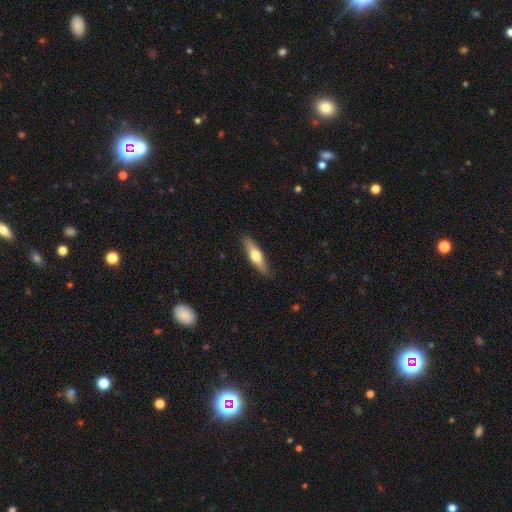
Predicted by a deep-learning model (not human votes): This is possibly a smooth galaxy (52%). How rounded: likely cigar-shaped (69%). Merging: clearly none (86%).